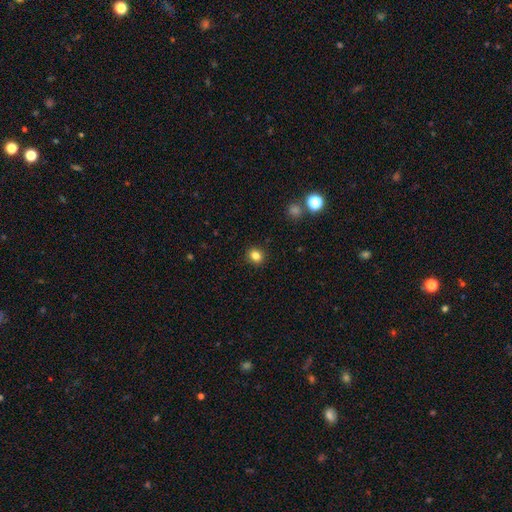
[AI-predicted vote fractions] Smooth or featured: smooth — 82% (star or artifact — 13%)
How rounded: round — 79% (in between — 20%)
Merging: none — 91% (minor disturbance — 6%)